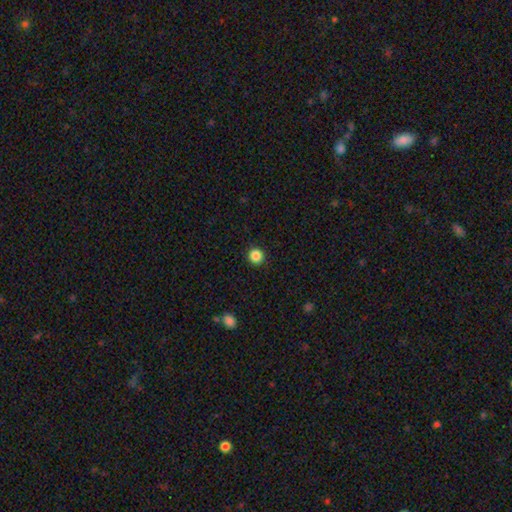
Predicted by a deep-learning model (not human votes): The model was most divided on "smooth or featured": smooth: 86%, star or artifact: 11%, featured or disk: 3%. More confident: how rounded — round (95%); merging — none (93%).